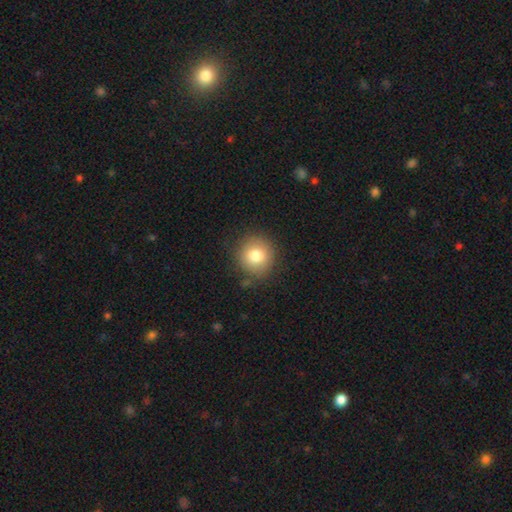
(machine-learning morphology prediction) Overall: smooth (80%). How rounded: round (92%). Merging: none (86%).